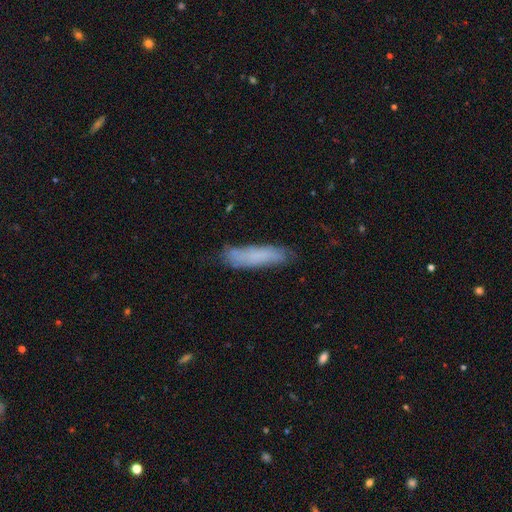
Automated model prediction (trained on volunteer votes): Smooth or featured? smooth (72%)
How rounded? cigar-shaped (77%)
Merging? none (78%)